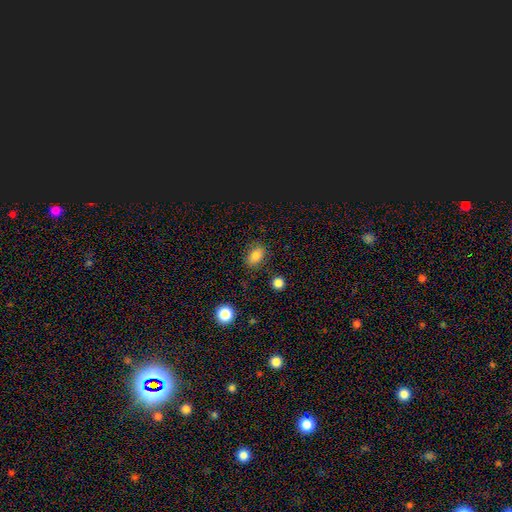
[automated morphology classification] The model was most divided on "how rounded": in between: 72%, round: 27%, cigar-shaped: 2%. More confident: smooth or featured — smooth (83%); merging — none (81%).